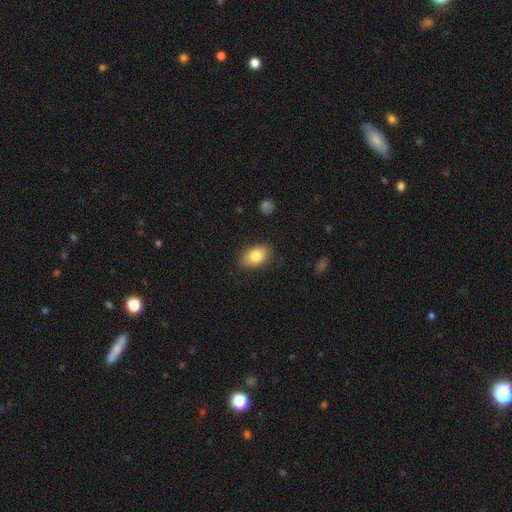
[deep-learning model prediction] Smooth or featured: smooth — 82% (featured or disk — 10%)
How rounded: in between — 86% (round — 12%)
Merging: none — 84% (minor disturbance — 12%)